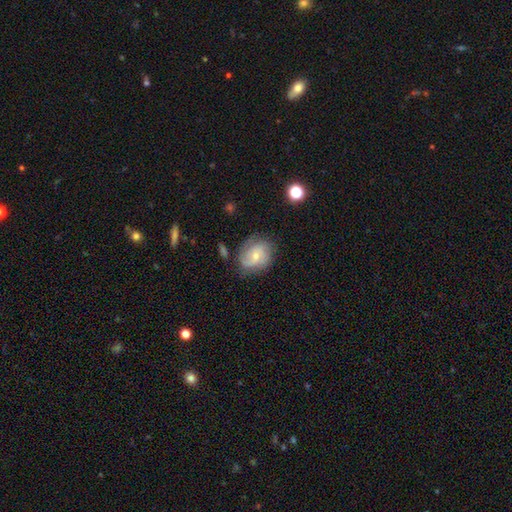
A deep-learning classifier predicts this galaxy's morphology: This appears to be a featured or disk galaxy (57%) with no bar (62%), spiral arms (87%) and a small central bulge (57%). Merging: none (66%).